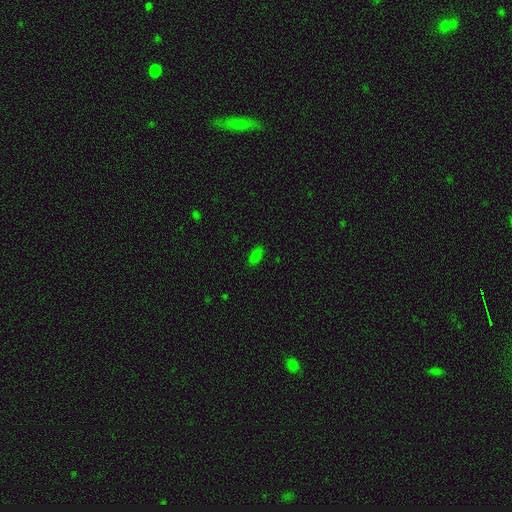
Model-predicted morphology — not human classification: Smooth or featured? Predicted: smooth (p=0.81). How rounded? Predicted: in between (p=0.88). Merging? Predicted: none (p=0.86).